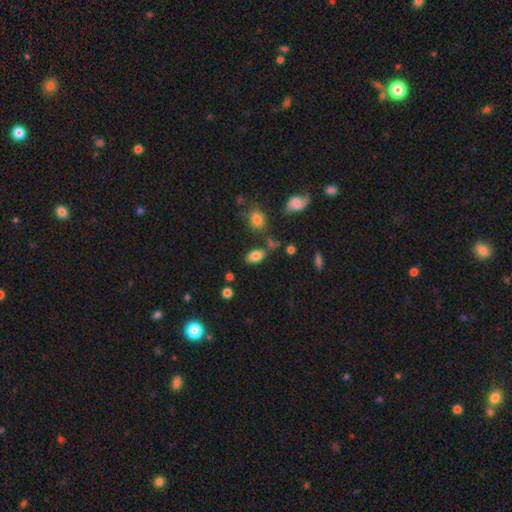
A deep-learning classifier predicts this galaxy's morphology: smooth 82%, star or artifact 9%, featured or disk 9%. Down the decision tree: how rounded — in between (91%); merging — none (72%).